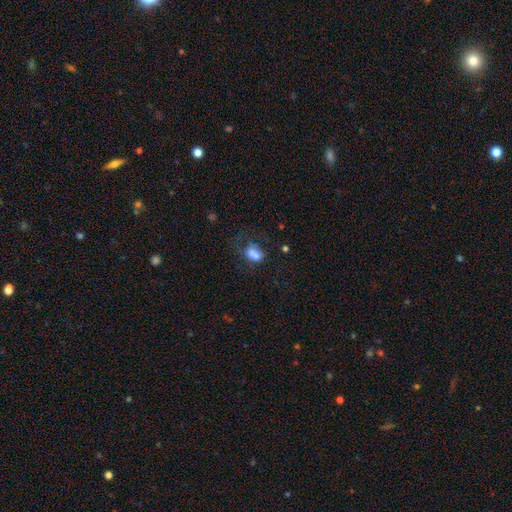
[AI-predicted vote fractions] Smooth or featured: smooth — 72% (featured or disk — 15%)
How rounded: in between — 76% (round — 21%)
Merging: none — 40% (minor disturbance — 24%)